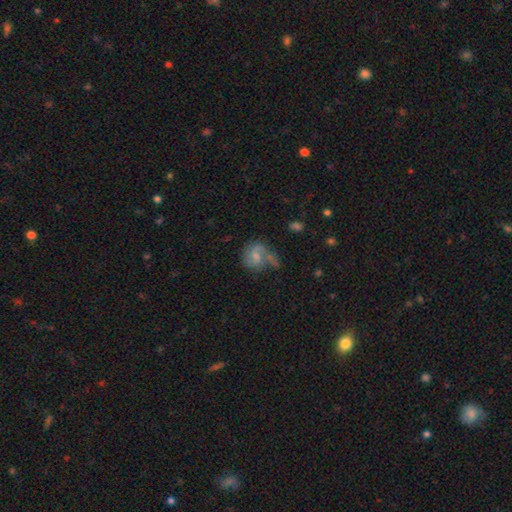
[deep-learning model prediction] smooth_or_featured: featured or disk (p=0.52) [alt: smooth p=0.39]
disk_edge_on: no (p=0.97) [alt: yes p=0.03]
bar: no (p=0.48) [alt: weak p=0.44]
has_spiral_arms: yes (p=0.78) [alt: no p=0.22]
bulge_size: small (p=0.43) [alt: moderate p=0.35]
merging: none (p=0.39) [alt: minor disturbance p=0.24]